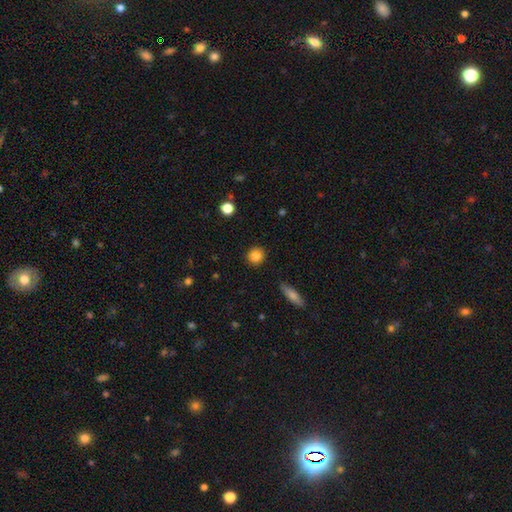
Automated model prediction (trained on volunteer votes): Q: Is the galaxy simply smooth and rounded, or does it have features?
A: smooth — 84%.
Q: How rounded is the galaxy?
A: round — 89%.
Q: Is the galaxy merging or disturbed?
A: none — 91%.